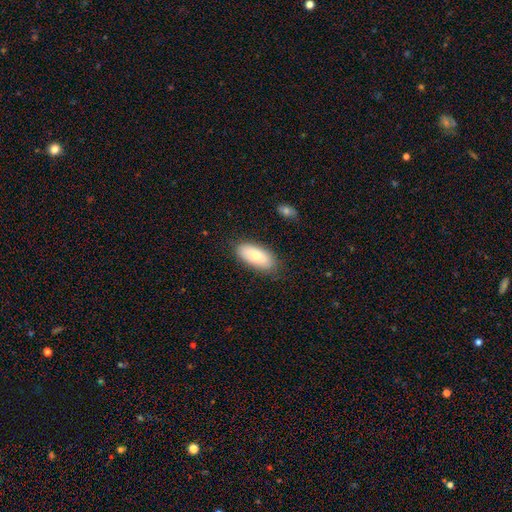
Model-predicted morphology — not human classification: A smooth galaxy with no disk features (75%) that is in between round and cigar-shaped (89%).

Vote fractions:
- Smooth or featured? smooth: 75% / featured or disk: 18% / star or artifact: 7%
- How rounded? in between: 89% / cigar-shaped: 9% / round: 2%
- Merging? none: 80% / minor disturbance: 15% / major disturbance: 3% / merger: 2%